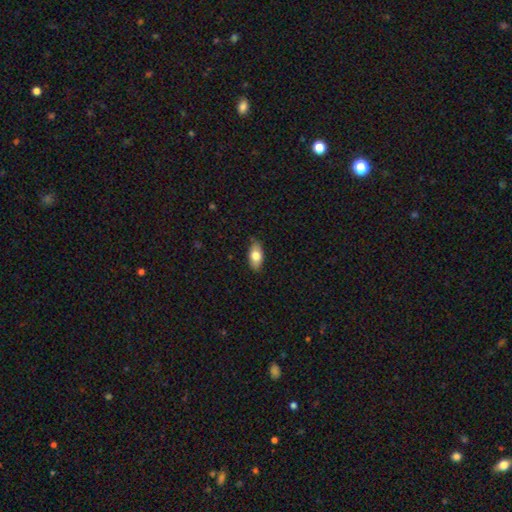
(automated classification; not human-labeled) smooth 73%, featured or disk 20%, star or artifact 6%. Down the decision tree: how rounded — in between (88%); merging — none (85%).